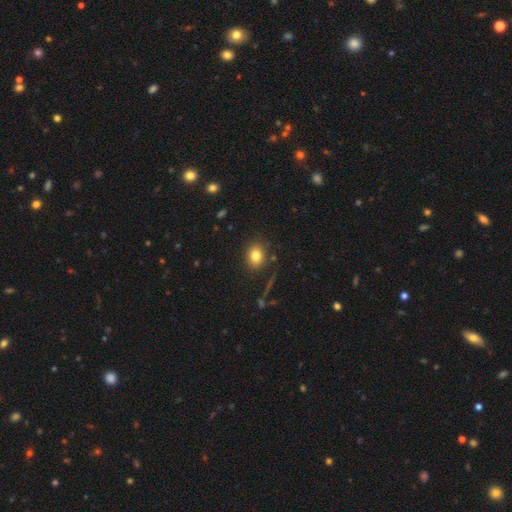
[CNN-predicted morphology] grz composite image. It shows a smooth galaxy with no disk features (81%) that is in between round and cigar-shaped (55%). Merging: none (85%).